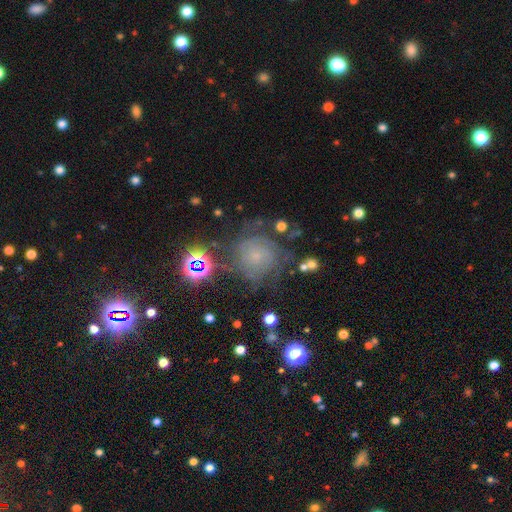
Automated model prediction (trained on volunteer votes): Smooth or featured: featured or disk — 55% (smooth — 25%)
Edge-on disk: no — 97% (yes — 3%)
Bar: no — 80% (weak — 16%)
Spiral arms: yes — 85% (no — 15%)
Bulge size: small — 73% (moderate — 15%)
Merging: none — 62% (minor disturbance — 19%)